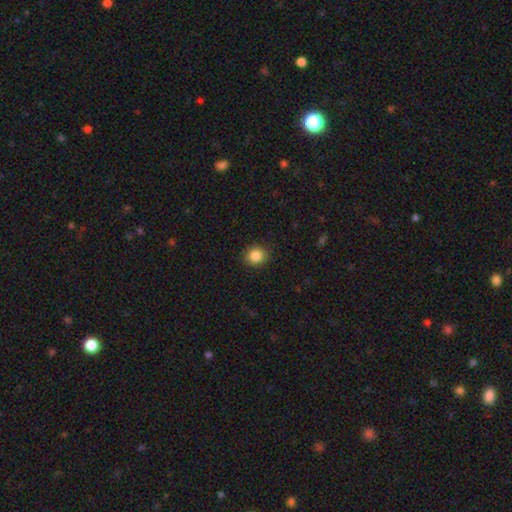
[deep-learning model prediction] smooth-or-featured: smooth: 86% | star or artifact: 10% | featured or disk: 4%
  how-rounded: round: 85% | in between: 14% | cigar-shaped: 1%
  merging: none: 90% | minor disturbance: 7% | major disturbance: 2% | merger: 1%